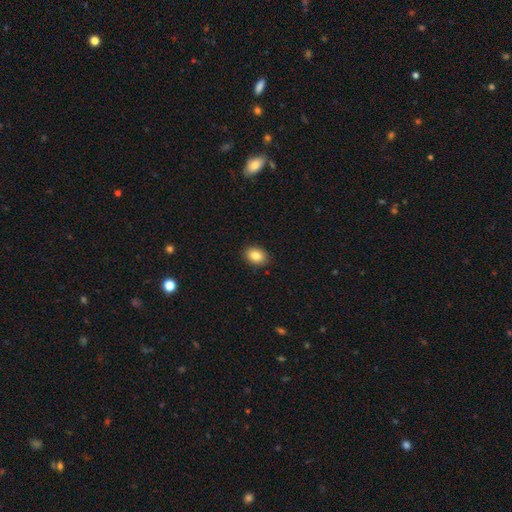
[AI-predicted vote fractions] A smooth galaxy with no disk features (85%) that is in between round and cigar-shaped (72%).

Vote fractions:
- Smooth or featured? smooth: 85% / star or artifact: 8% / featured or disk: 7%
- How rounded? in between: 72% / round: 27% / cigar-shaped: 1%
- Merging? none: 89% / minor disturbance: 8% / major disturbance: 2% / merger: 1%